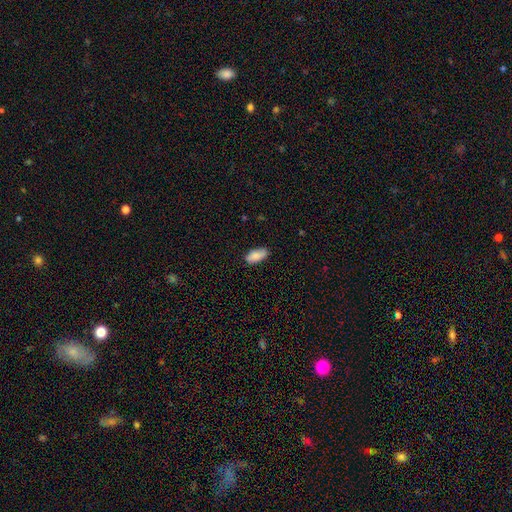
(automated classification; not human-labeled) smooth_or_featured: smooth (p=0.86) [alt: featured or disk p=0.08]
how_rounded: in between (p=0.88) [alt: cigar-shaped p=0.10]
merging: none (p=0.83) [alt: minor disturbance p=0.14]